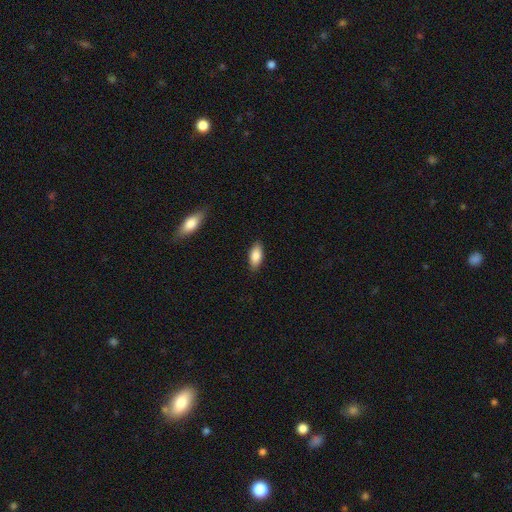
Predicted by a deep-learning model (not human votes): smooth-or-featured: smooth: 86% | featured or disk: 8% | star or artifact: 6%
  how-rounded: in between: 87% | cigar-shaped: 10% | round: 2%
  merging: none: 87% | minor disturbance: 10% | major disturbance: 2% | merger: 1%